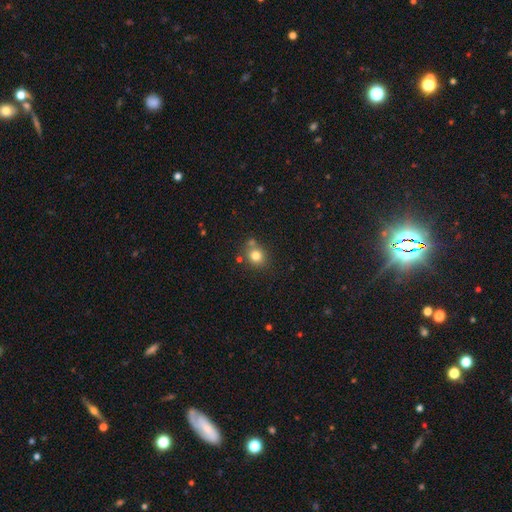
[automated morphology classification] A smooth galaxy with no disk features (80%) that is round (77%). Merging: none (69%).